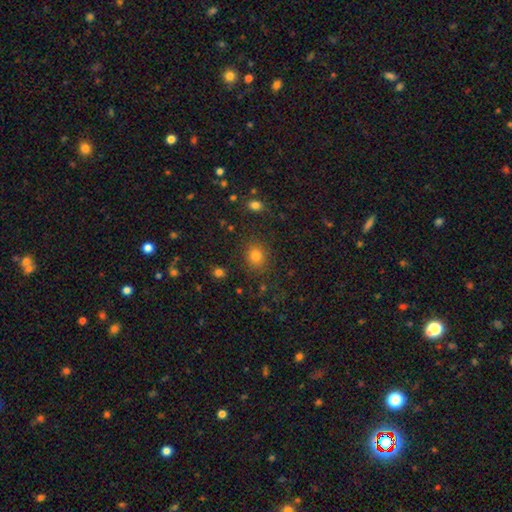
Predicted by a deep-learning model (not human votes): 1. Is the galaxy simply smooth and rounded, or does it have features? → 80% smooth, 14% star or artifact, 6% featured or disk.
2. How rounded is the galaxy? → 72% round, 27% in between, 1% cigar-shaped.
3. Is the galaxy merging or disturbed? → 86% none, 9% minor disturbance, 3% major disturbance, 2% merger.